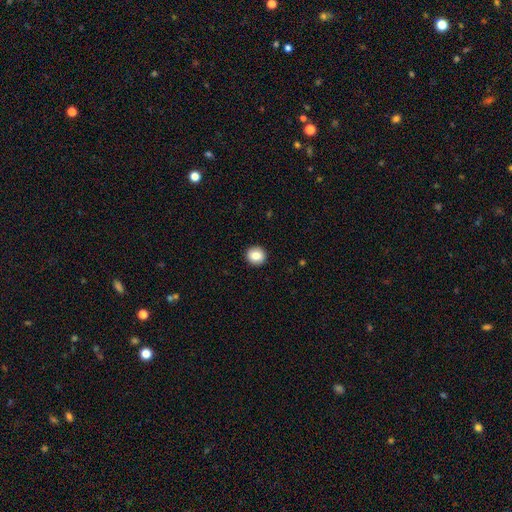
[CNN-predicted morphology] smooth_or_featured: smooth (p=0.84) [alt: star or artifact p=0.09]
how_rounded: round (p=0.92) [alt: in between p=0.08]
merging: none (p=0.93) [alt: minor disturbance p=0.05]